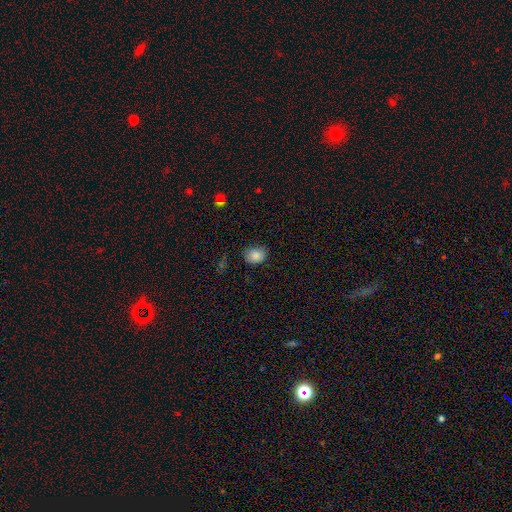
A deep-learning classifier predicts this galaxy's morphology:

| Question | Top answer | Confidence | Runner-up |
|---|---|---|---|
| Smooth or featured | smooth | 85% | star or artifact (9%) |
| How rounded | in between | 53% | round (46%) |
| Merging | none | 75% | minor disturbance (20%) |